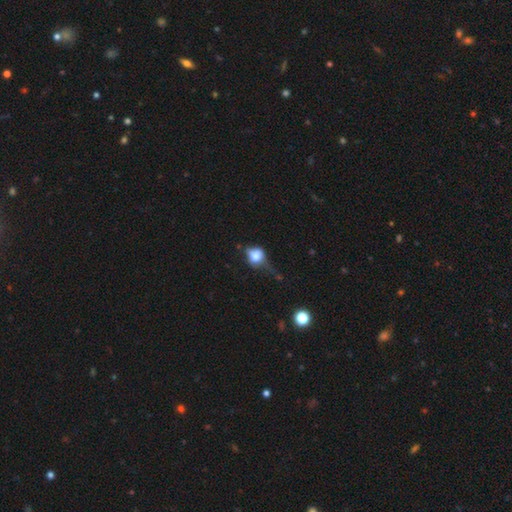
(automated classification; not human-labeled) Overall: smooth (65%). How rounded: round (65%; in between 33%). Merging: none (34%, tied with minor disturbance).